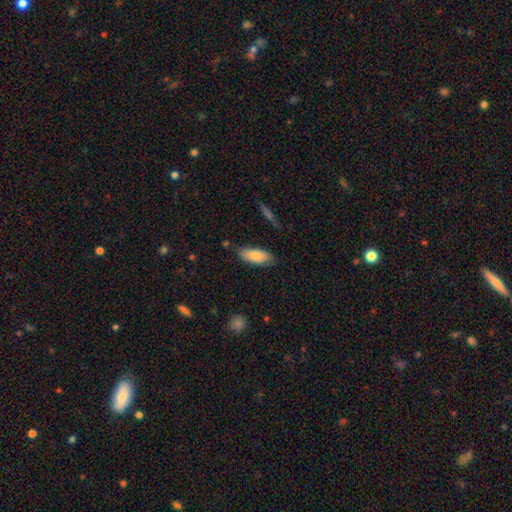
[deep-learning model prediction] smooth-or-featured: smooth: 82% | featured or disk: 12% | star or artifact: 6%
  how-rounded: in between: 80% | cigar-shaped: 18% | round: 2%
  merging: none: 79% | minor disturbance: 15% | major disturbance: 3% | merger: 3%